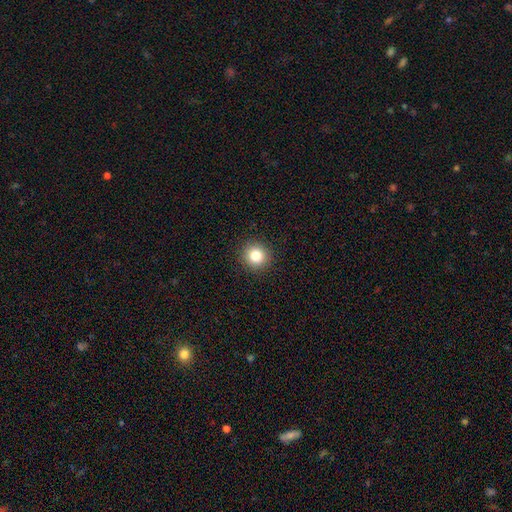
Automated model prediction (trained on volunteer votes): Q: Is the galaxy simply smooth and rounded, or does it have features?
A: smooth — 82%.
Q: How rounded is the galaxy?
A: round — 93%.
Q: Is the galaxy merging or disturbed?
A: none — 92%.